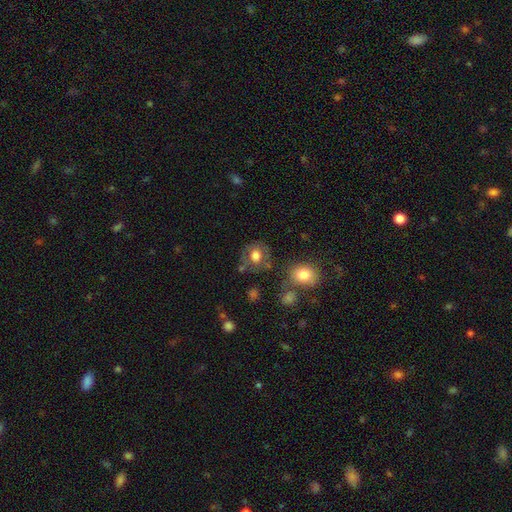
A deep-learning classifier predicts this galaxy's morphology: This is likely a smooth galaxy (68%). How rounded: likely round (74%). Merging: likely none (68%).